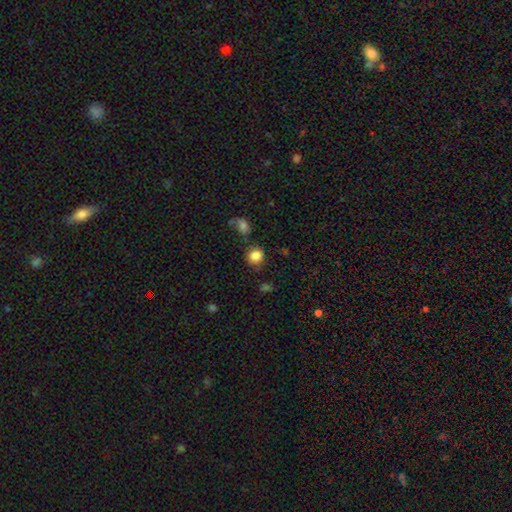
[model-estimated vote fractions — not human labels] smooth-or-featured: smooth: 84% | star or artifact: 10% | featured or disk: 5%
  how-rounded: round: 77% | in between: 22% | cigar-shaped: 1%
  merging: none: 72% | minor disturbance: 14% | merger: 8% | major disturbance: 6%